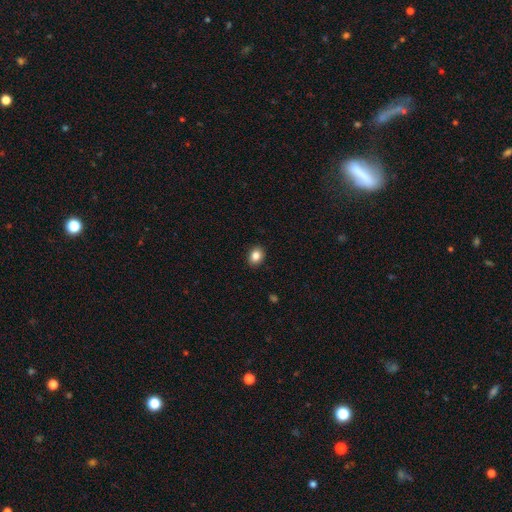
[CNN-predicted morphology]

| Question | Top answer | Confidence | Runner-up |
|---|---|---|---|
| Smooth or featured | smooth | 84% | star or artifact (10%) |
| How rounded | round | 50% | in between (49%) |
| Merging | none | 90% | minor disturbance (7%) |